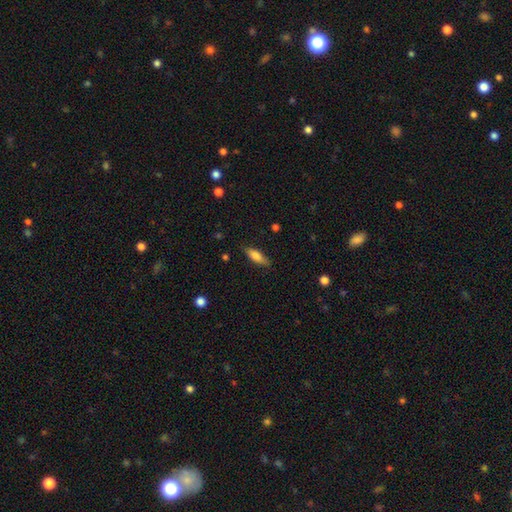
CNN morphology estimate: Q: Smooth or featured?
A: smooth (75%); runner-up: featured or disk (18%)
Q: How rounded?
A: in between (60%); runner-up: cigar-shaped (38%)
Q: Merging?
A: none (81%); runner-up: minor disturbance (14%)